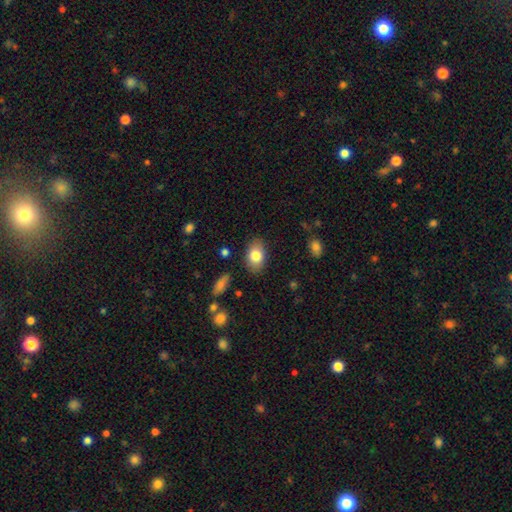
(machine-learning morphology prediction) Q: Smooth or featured?
A: smooth (80%); runner-up: featured or disk (12%)
Q: How rounded?
A: in between (86%); runner-up: round (13%)
Q: Merging?
A: none (86%); runner-up: minor disturbance (10%)